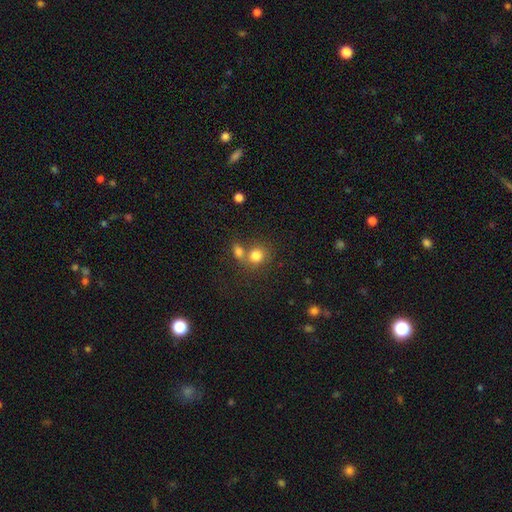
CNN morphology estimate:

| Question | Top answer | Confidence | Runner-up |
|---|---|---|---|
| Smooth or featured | smooth | 79% | star or artifact (11%) |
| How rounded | round | 76% | in between (23%) |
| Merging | none | 44% | merger (43%) |